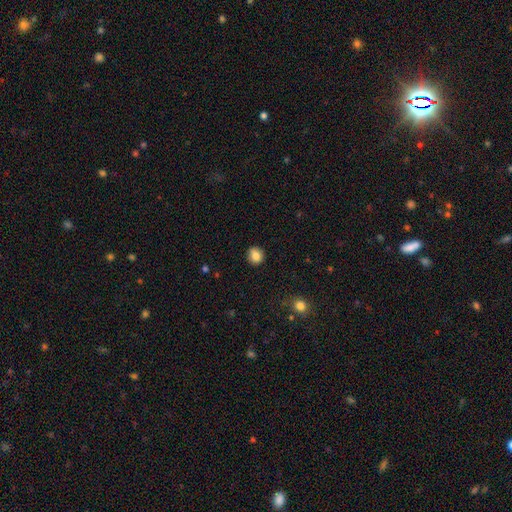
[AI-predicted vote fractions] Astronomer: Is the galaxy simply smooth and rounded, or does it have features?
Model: smooth — 83%.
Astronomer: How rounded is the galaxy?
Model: round — 82%.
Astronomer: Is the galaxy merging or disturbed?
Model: none — 87%.